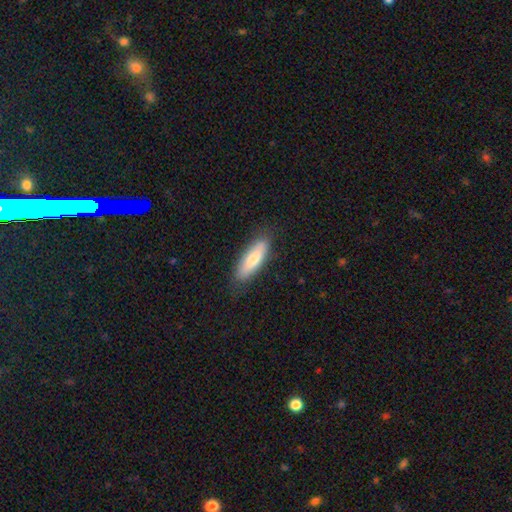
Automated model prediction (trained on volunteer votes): This appears to be a smooth galaxy with no disk features (72%) that is in between round and cigar-shaped (53%). Merging: none (81%).